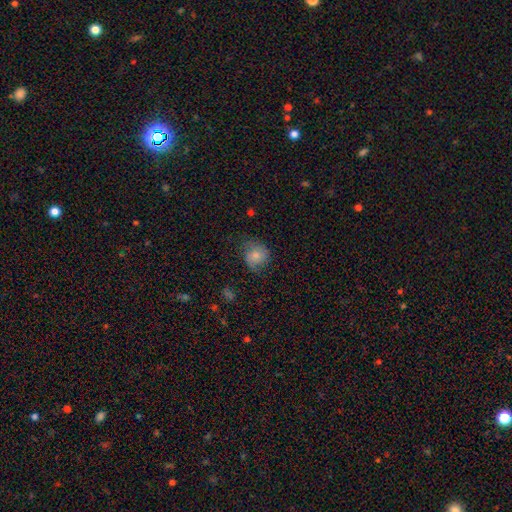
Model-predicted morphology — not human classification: Smooth or featured: smooth — 65% (featured or disk — 26%)
How rounded: round — 73% (in between — 26%)
Merging: none — 58% (minor disturbance — 28%)